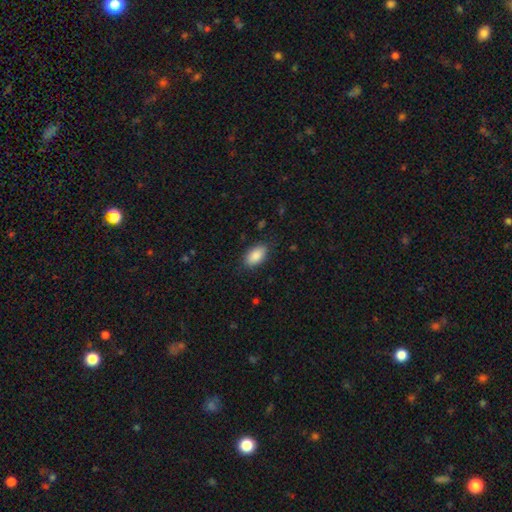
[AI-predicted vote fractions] Morphology: type=smooth (89%); roundness=in between (93%); merging=none (85%).